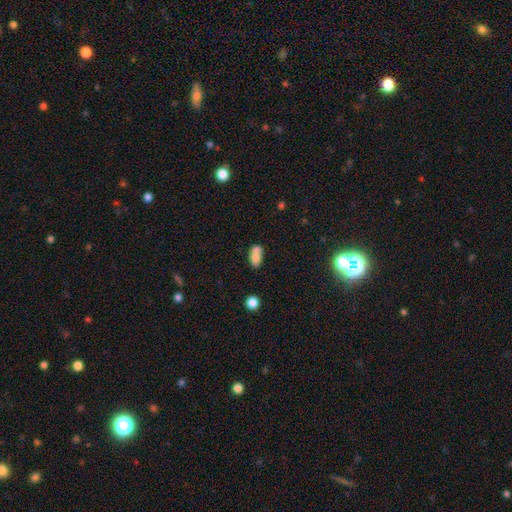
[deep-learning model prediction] Smooth or featured? smooth (74%)
How rounded? in between (84%)
Merging? merger (50%)